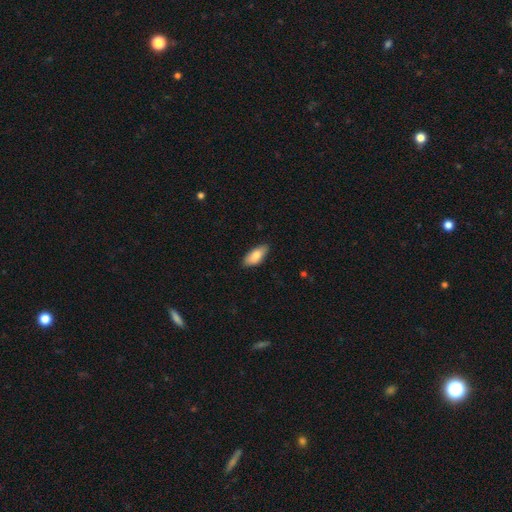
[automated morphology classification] Smooth or featured?
  - smooth: 80% *
  - featured or disk: 14%
  - star or artifact: 6%
How rounded?
  - in between: 85% *
  - cigar-shaped: 13%
  - round: 2%
Merging?
  - none: 84% *
  - minor disturbance: 13%
  - major disturbance: 2%
  - merger: 1%